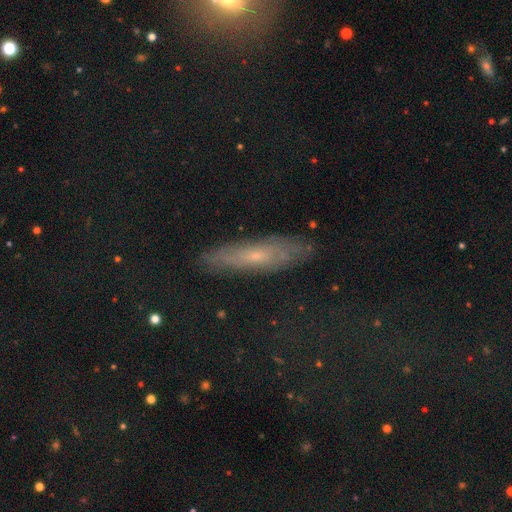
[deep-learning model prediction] Overall: featured or disk (43%; smooth 36%). Merging: none (82%).